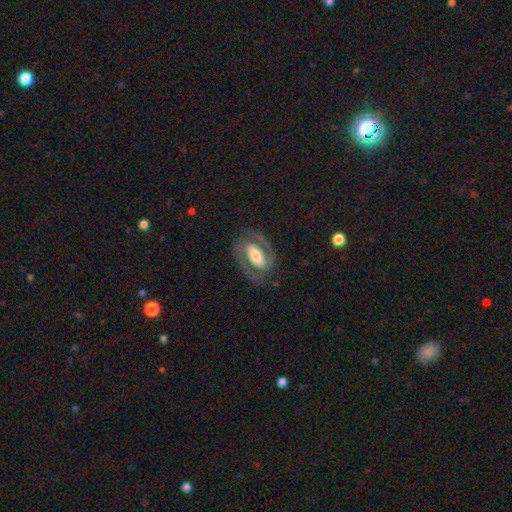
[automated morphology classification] Smooth or featured: featured or disk — 71% (smooth — 23%)
Edge-on disk: no — 93% (yes — 7%)
Bar: strong — 45% (weak — 28%)
Spiral arms: yes — 73% (no — 27%)
Bulge size: moderate — 45% (large — 28%)
Merging: none — 75% (minor disturbance — 14%)